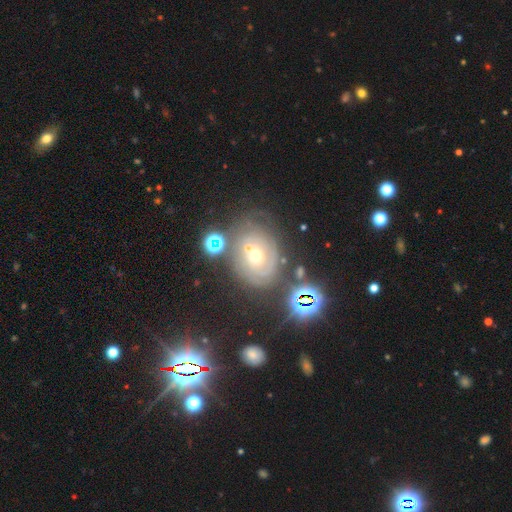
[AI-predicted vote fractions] featured or disk 66%, smooth 17%, star or artifact 17%. Down the decision tree: edge-on disk — no (96%); bar — no (81%); spiral arms — yes (79%); spiral arm count — can't tell (43%); spiral winding — tight (71%); bulge size — moderate (58%); merging — none (54%).